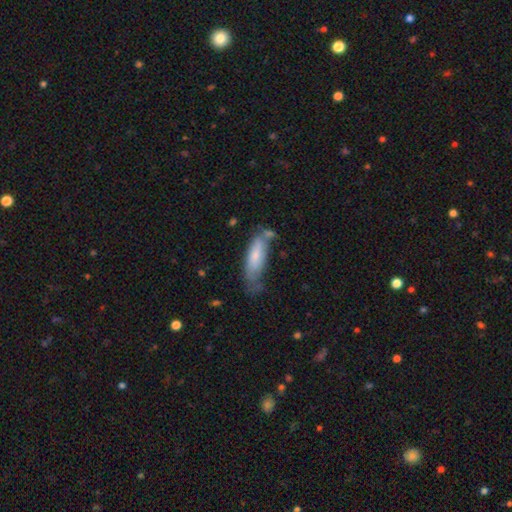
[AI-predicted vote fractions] smooth-or-featured: smooth: 69% | featured or disk: 24% | star or artifact: 6%
  how-rounded: in between: 54% | cigar-shaped: 44% | round: 2%
  merging: none: 44% | minor disturbance: 33% | major disturbance: 13% | merger: 10%